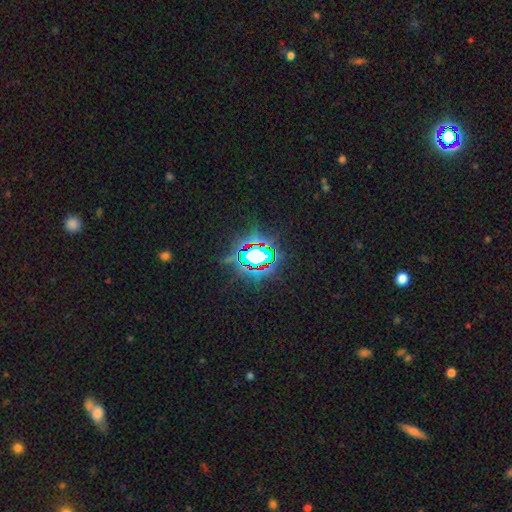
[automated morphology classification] This appears to be a star or artifact, not a galaxy (76%).